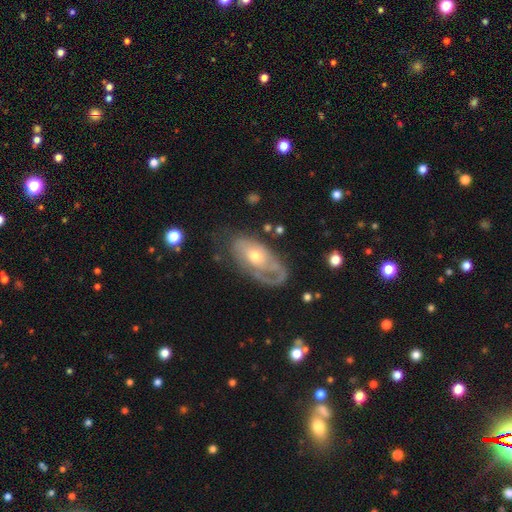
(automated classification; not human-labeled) smooth_or_featured: featured or disk (p=0.73) [alt: smooth p=0.20]
disk_edge_on: no (p=0.91) [alt: yes p=0.09]
bar: no (p=0.80) [alt: weak p=0.16]
has_spiral_arms: yes (p=0.71) [alt: no p=0.29]
bulge_size: moderate (p=0.54) [alt: small p=0.41]
merging: none (p=0.56) [alt: minor disturbance p=0.23]